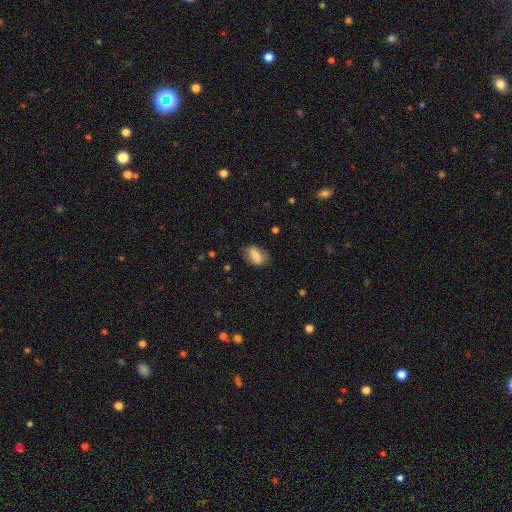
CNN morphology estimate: smooth 78%, featured or disk 15%, star or artifact 7%. Down the decision tree: how rounded — in between (87%); merging — none (75%).